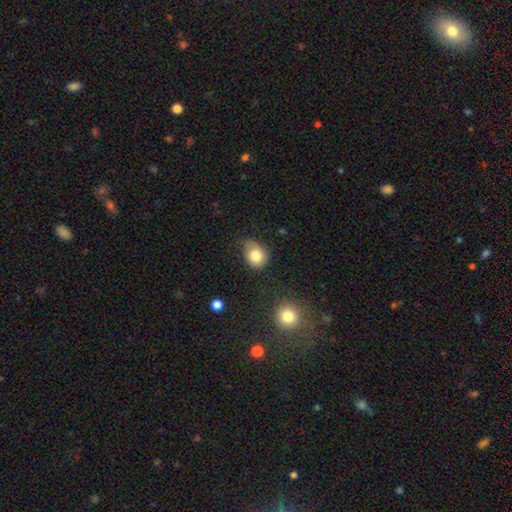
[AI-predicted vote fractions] Smooth or featured?
  - smooth: 82% *
  - star or artifact: 10%
  - featured or disk: 9%
How rounded?
  - round: 55% *
  - in between: 44%
  - cigar-shaped: 1%
Merging?
  - none: 49% *
  - minor disturbance: 38%
  - major disturbance: 10%
  - merger: 3%